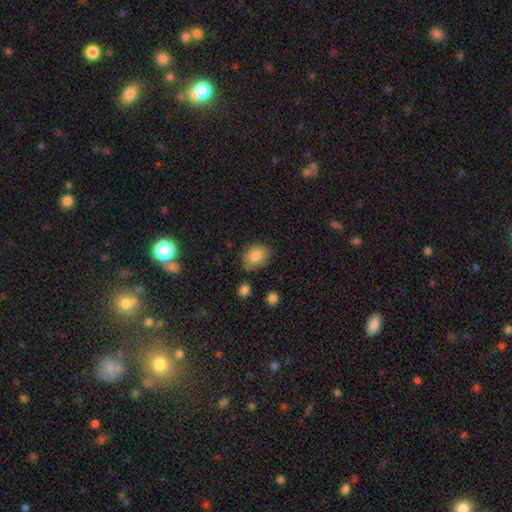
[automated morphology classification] smooth 84%, star or artifact 9%, featured or disk 8%. Down the decision tree: how rounded — round (51%); merging — none (76%).